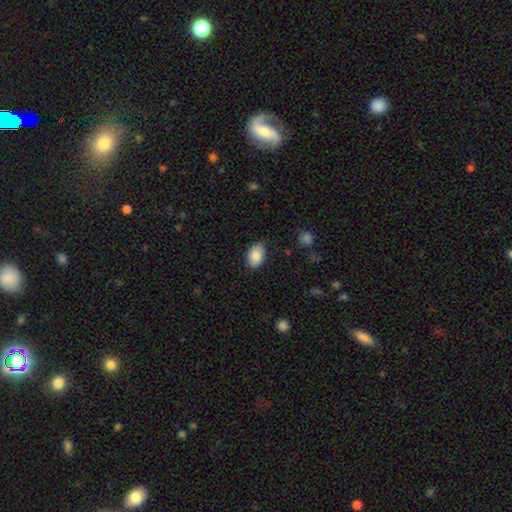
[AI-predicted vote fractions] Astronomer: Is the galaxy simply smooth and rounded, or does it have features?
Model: smooth — 83%.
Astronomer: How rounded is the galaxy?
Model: in between — 91%.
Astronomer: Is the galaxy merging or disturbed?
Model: none — 81%.